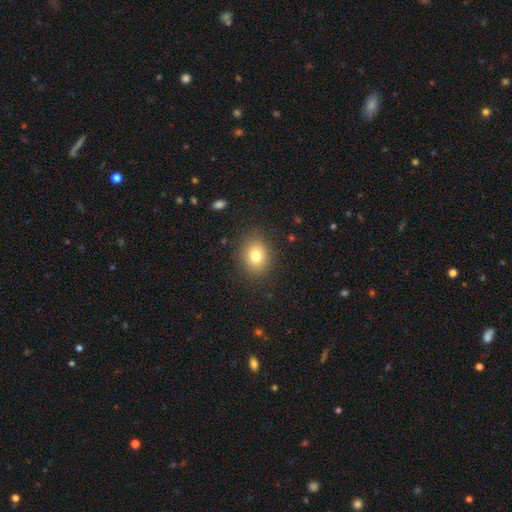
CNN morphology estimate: A smooth galaxy with no disk features (78%) that is round (57%).

Vote fractions:
- Smooth or featured? smooth: 78% / star or artifact: 12% / featured or disk: 10%
- How rounded? round: 57% / in between: 43% / cigar-shaped: 1%
- Merging? none: 87% / minor disturbance: 9% / major disturbance: 3% / merger: 1%